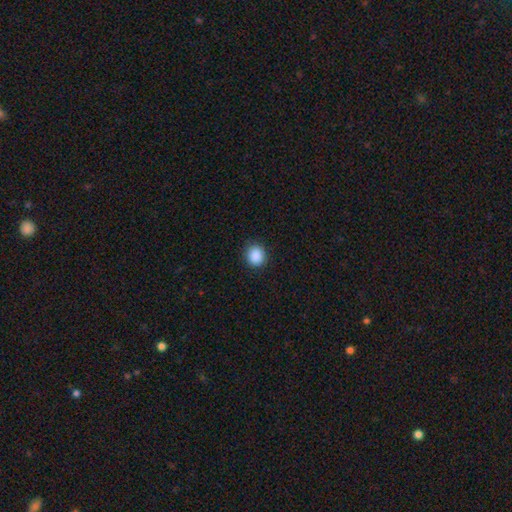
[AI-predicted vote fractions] smooth 89%, star or artifact 9%, featured or disk 3%. Down the decision tree: how rounded — round (84%); merging — none (89%).